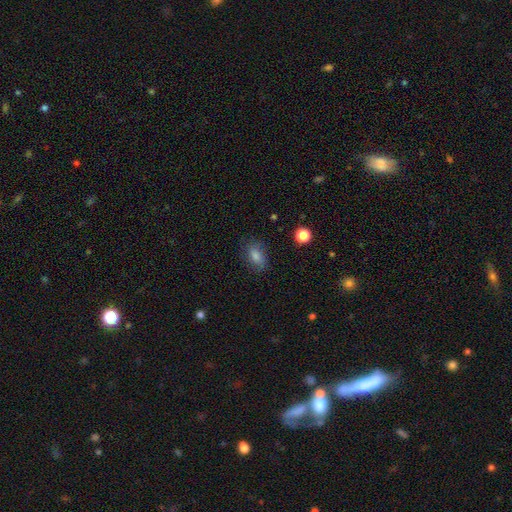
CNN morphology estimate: A smooth galaxy with no disk features (71%) that is in between round and cigar-shaped (81%).

Vote fractions:
- Smooth or featured? smooth: 71% / star or artifact: 15% / featured or disk: 14%
- How rounded? in between: 81% / round: 13% / cigar-shaped: 5%
- Merging? none: 79% / minor disturbance: 15% / major disturbance: 5% / merger: 1%